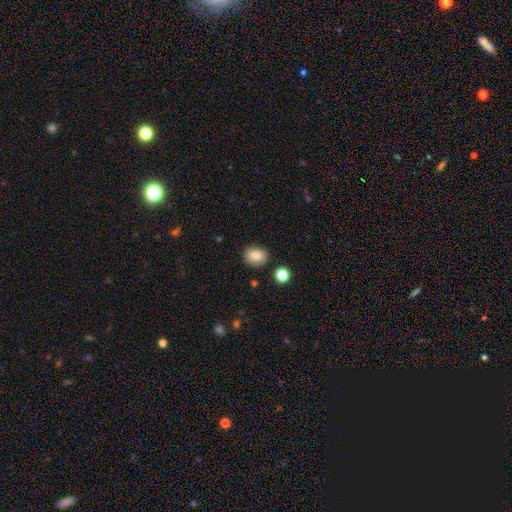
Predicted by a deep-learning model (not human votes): A smooth galaxy with no disk features (81%) that is round (50%).

Vote fractions:
- Smooth or featured? smooth: 81% / featured or disk: 9% / star or artifact: 9%
- How rounded? round: 50% / in between: 48% / cigar-shaped: 1%
- Merging? none: 83% / minor disturbance: 12% / major disturbance: 3% / merger: 2%